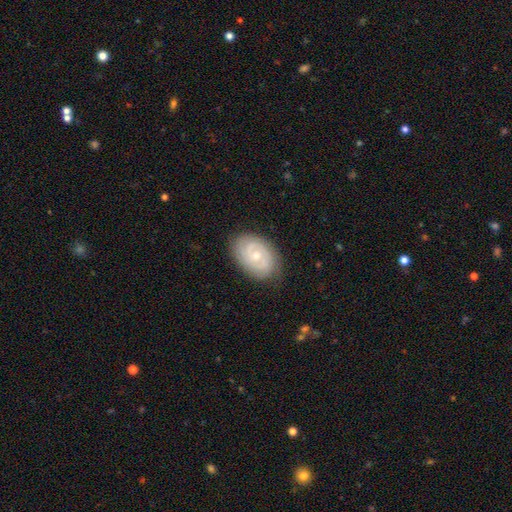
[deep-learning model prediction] This is likely a featured or disk galaxy (74%). It is clearly not viewed edge-on (96%). Bar: likely no (73%). Spiral arm pattern: clearly yes (88%). Spiral arm count: possibly 2 (52%). Spiral winding: likely tight (68%). Central bulge: possibly small (54%). Merging: clearly none (81%).